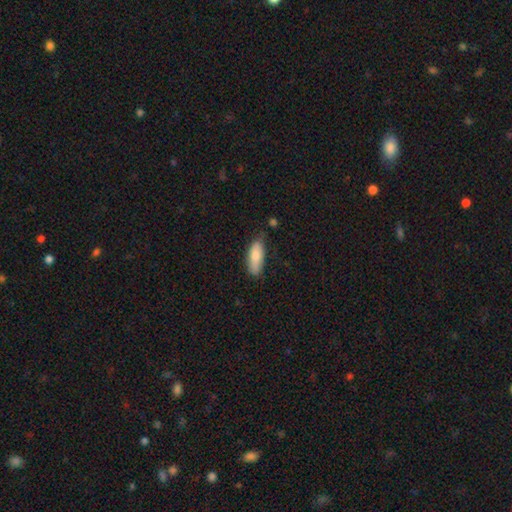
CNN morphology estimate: Smooth or featured? smooth (81%)
How rounded? in between (72%)
Merging? none (69%)